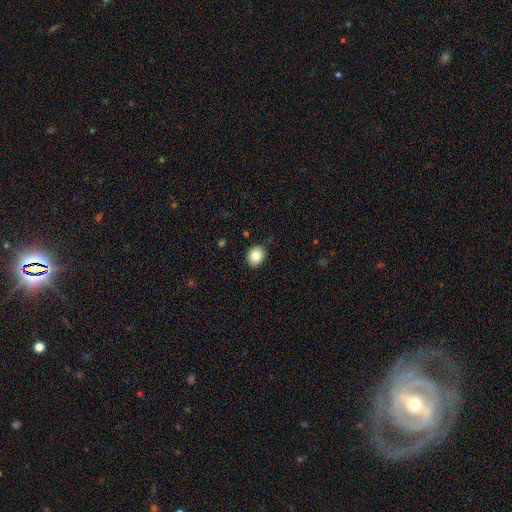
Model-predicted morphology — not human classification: Q: Smooth or featured?
A: smooth (83%); runner-up: star or artifact (9%)
Q: How rounded?
A: round (57%); runner-up: in between (42%)
Q: Merging?
A: none (89%); runner-up: minor disturbance (8%)